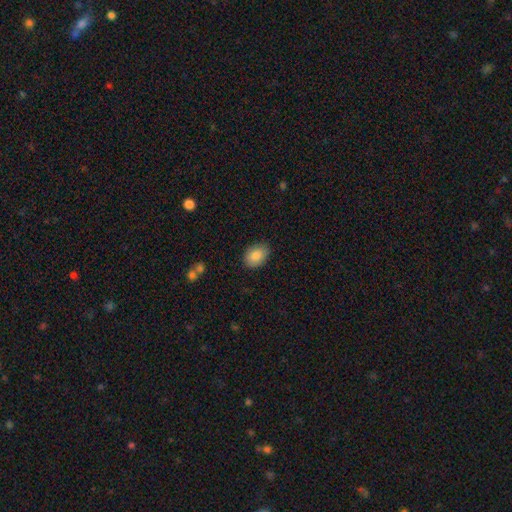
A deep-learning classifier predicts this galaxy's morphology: Smooth or featured? smooth (87%)
How rounded? in between (80%)
Merging? none (83%)